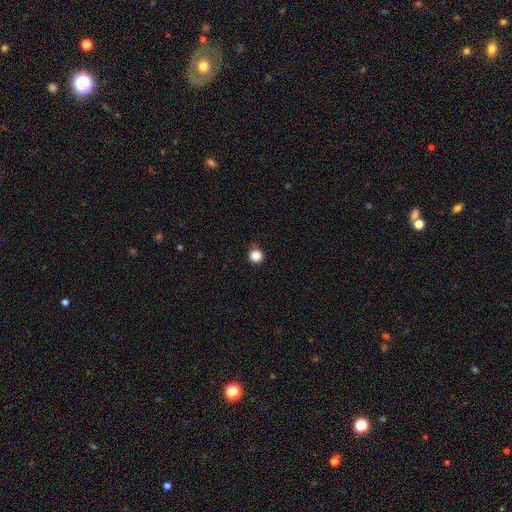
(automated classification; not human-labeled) This appears to be a smooth galaxy with no disk features (86%) that is round (96%). Merging: none (91%).